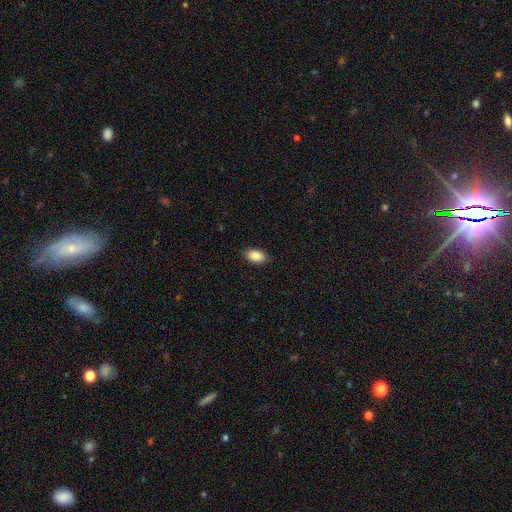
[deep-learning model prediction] smooth_or_featured: smooth (p=0.89) [alt: star or artifact p=0.07]
how_rounded: in between (p=0.93) [alt: round p=0.05]
merging: none (p=0.89) [alt: minor disturbance p=0.08]